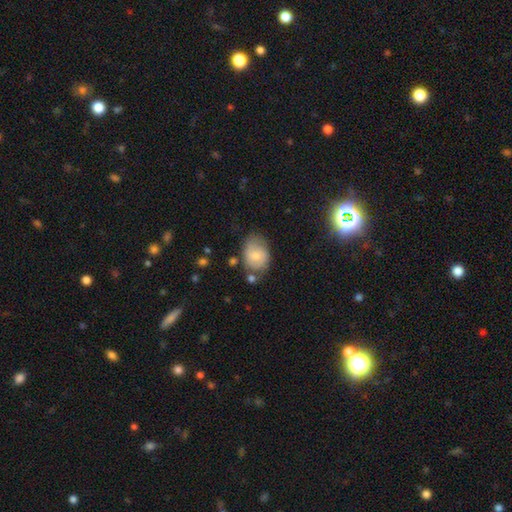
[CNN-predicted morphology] This is likely a smooth galaxy (64%). How rounded: likely in between (66%). Merging: possibly none (54%).